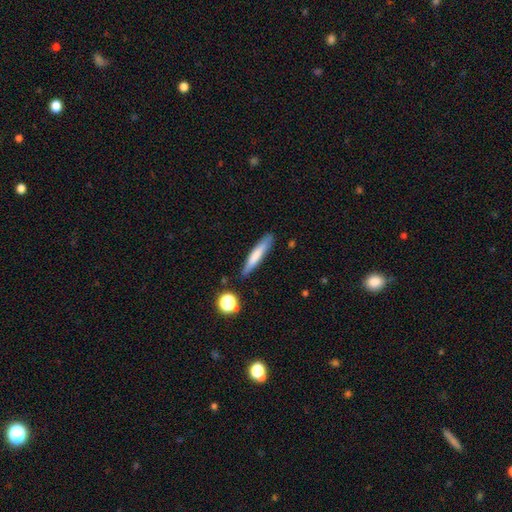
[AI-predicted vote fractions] smooth-or-featured: smooth: 70% | featured or disk: 24% | star or artifact: 7%
  how-rounded: cigar-shaped: 92% | in between: 7% | round: 1%
  merging: none: 85% | minor disturbance: 11% | merger: 2% | major disturbance: 2%